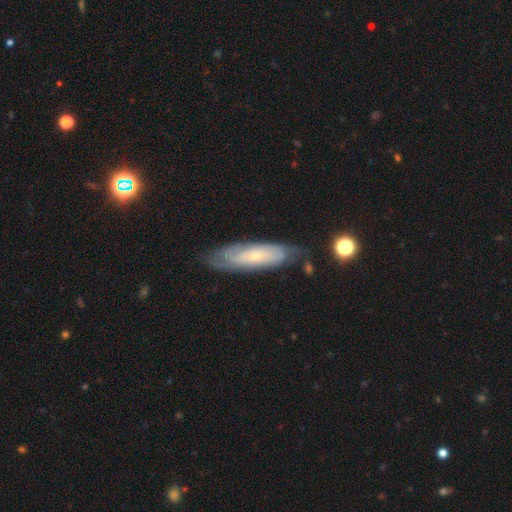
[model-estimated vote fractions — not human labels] Smooth or featured: featured or disk — 69% (smooth — 24%)
Edge-on disk: no — 78% (yes — 22%)
Bar: no — 69% (weak — 24%)
Spiral arms: yes — 88% (no — 12%)
Bulge size: small — 75% (moderate — 20%)
Merging: none — 70% (minor disturbance — 21%)